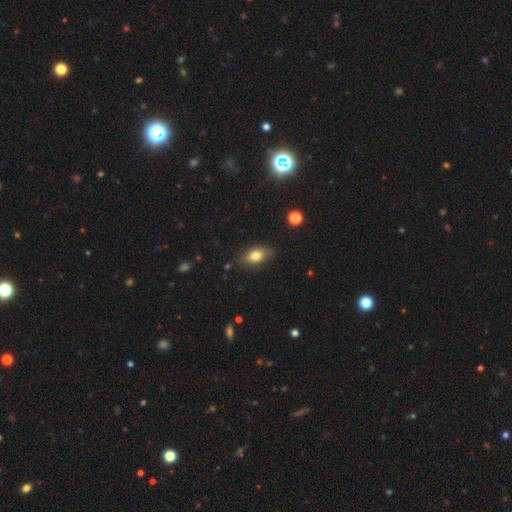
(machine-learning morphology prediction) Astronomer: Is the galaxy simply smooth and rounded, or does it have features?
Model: smooth — 78%.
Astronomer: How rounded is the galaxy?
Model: in between — 85%.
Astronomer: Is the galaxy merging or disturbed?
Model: none — 79%.